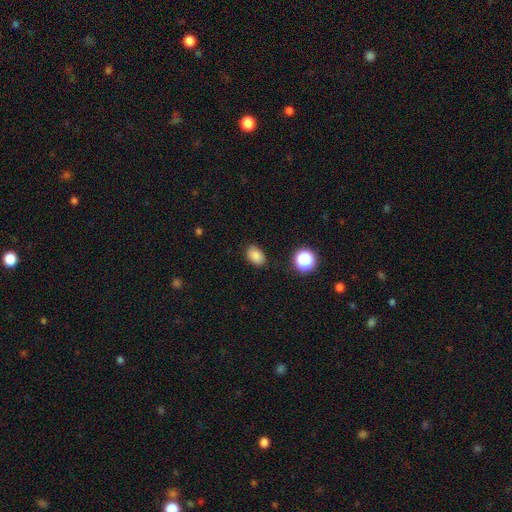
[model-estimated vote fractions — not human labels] Smooth or featured?
  - smooth: 83% *
  - star or artifact: 12%
  - featured or disk: 5%
How rounded?
  - in between: 80% *
  - round: 19%
  - cigar-shaped: 1%
Merging?
  - none: 84% *
  - minor disturbance: 12%
  - major disturbance: 3%
  - merger: 2%